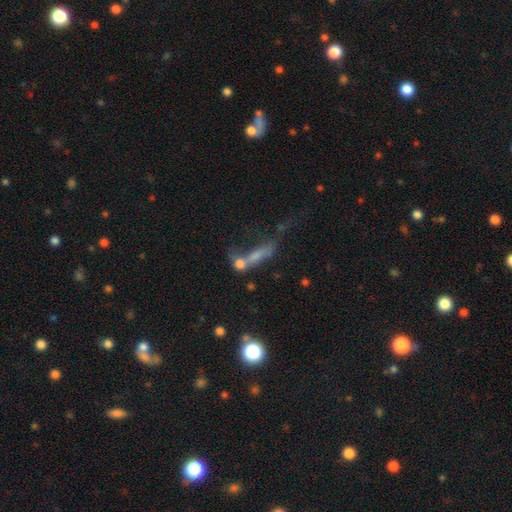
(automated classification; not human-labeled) This appears to be a smooth galaxy with no disk features (40%). Merging: merger (42%).